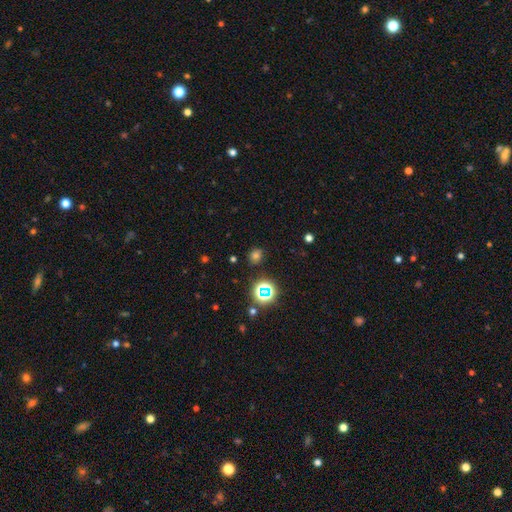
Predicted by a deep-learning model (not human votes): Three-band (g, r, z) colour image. It shows a smooth galaxy with no disk features (64%) that is round (72%). Merging: none (83%).